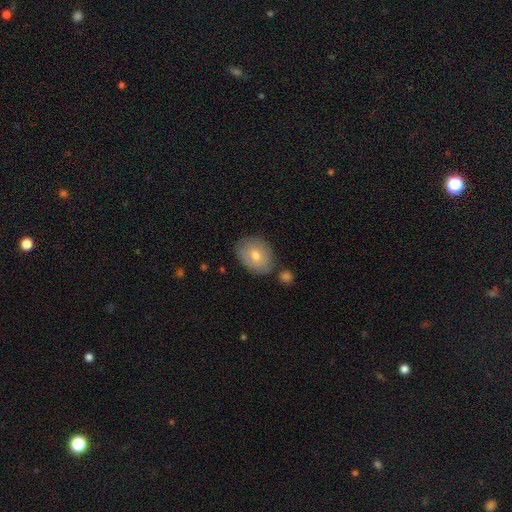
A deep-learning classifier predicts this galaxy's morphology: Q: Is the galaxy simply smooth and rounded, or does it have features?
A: smooth — 73%.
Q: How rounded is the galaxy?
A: in between — 59%.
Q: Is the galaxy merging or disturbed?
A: none — 75%.